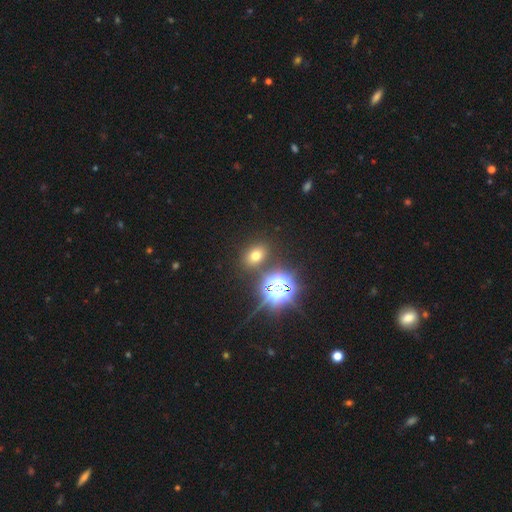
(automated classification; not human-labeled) Smooth or featured: smooth — 60% (star or artifact — 31%)
How rounded: in between — 63% (round — 35%)
Merging: none — 83% (minor disturbance — 8%)